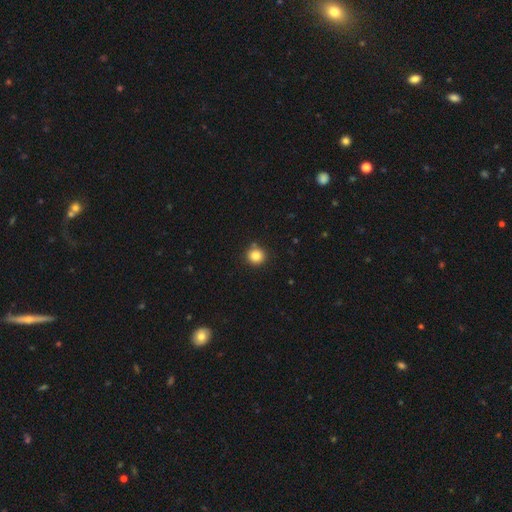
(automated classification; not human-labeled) Smooth or featured? Predicted: smooth (p=0.84). How rounded? Predicted: round (p=0.92). Merging? Predicted: none (p=0.86).